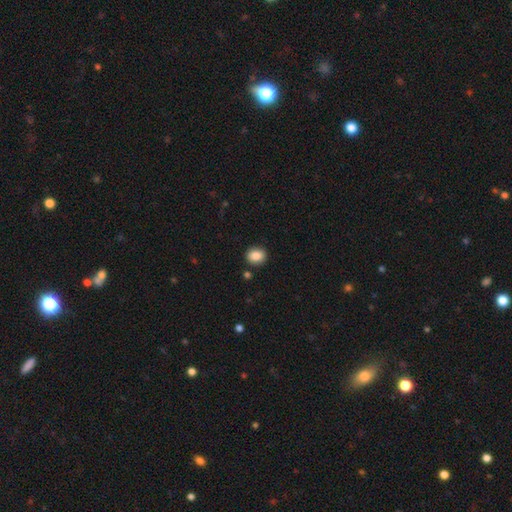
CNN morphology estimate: Smooth or featured?
  - smooth: 87% *
  - star or artifact: 9%
  - featured or disk: 5%
How rounded?
  - round: 62% *
  - in between: 37%
  - cigar-shaped: 1%
Merging?
  - none: 88% *
  - minor disturbance: 7%
  - merger: 2%
  - major disturbance: 2%